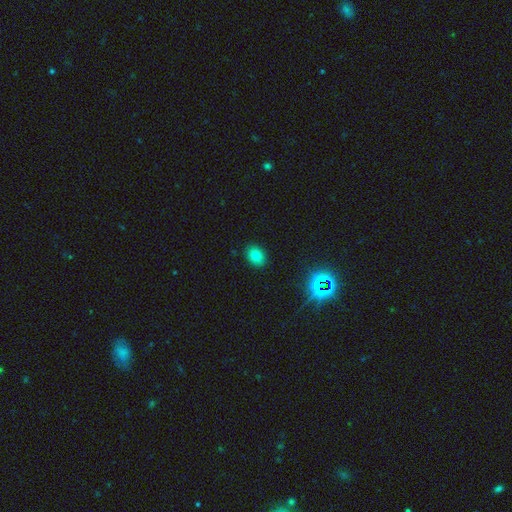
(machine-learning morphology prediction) The model was most divided on "how rounded": in between: 57%, round: 42%, cigar-shaped: 1%. More confident: merging — none (89%); smooth or featured — smooth (75%).